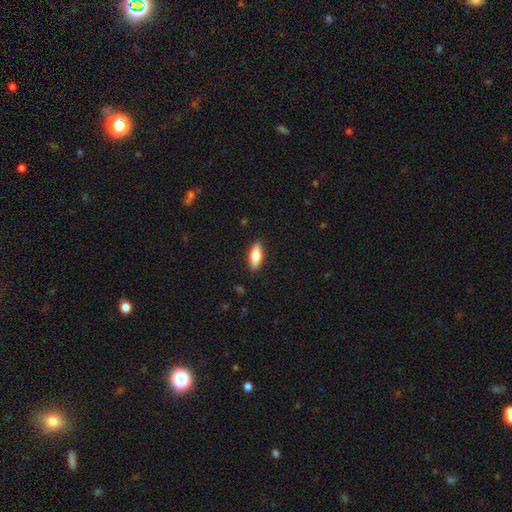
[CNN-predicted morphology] smooth 77%, featured or disk 17%, star or artifact 6%. Down the decision tree: how rounded — in between (72%); merging — none (89%).